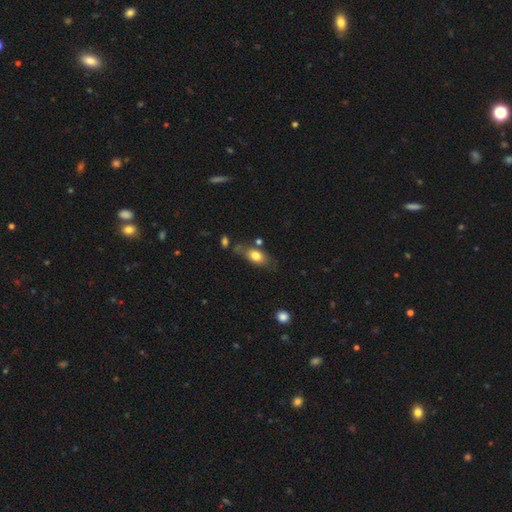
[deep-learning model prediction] Morphology: type=smooth (75%); roundness=in between (83%); merging=none (62%).